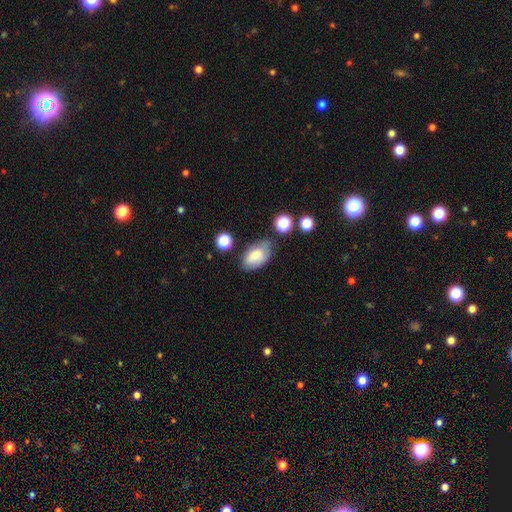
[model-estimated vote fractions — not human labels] A smooth galaxy with no disk features (73%) that is in between round and cigar-shaped (91%).

Vote fractions:
- Smooth or featured? smooth: 73% / featured or disk: 18% / star or artifact: 9%
- How rounded? in between: 91% / round: 7% / cigar-shaped: 2%
- Merging? none: 58% / minor disturbance: 27% / major disturbance: 8% / merger: 6%